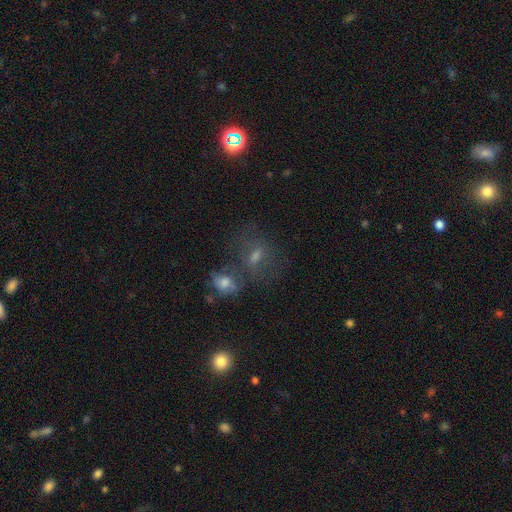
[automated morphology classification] smooth_or_featured: smooth (p=0.46) [alt: featured or disk p=0.29]
merging: none (p=0.48) [alt: merger p=0.26]